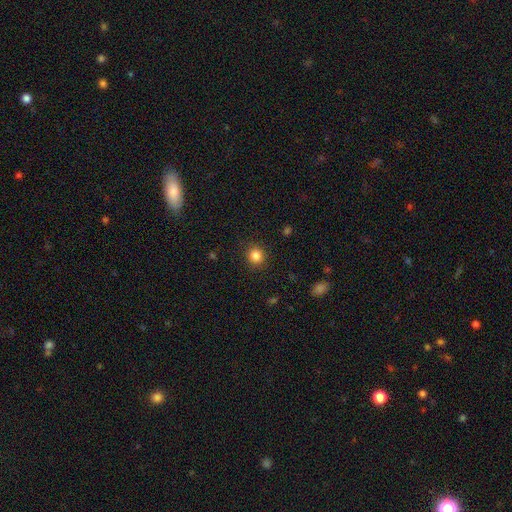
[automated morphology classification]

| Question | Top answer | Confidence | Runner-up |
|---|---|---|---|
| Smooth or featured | smooth | 85% | star or artifact (11%) |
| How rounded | round | 87% | in between (13%) |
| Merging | none | 90% | minor disturbance (7%) |